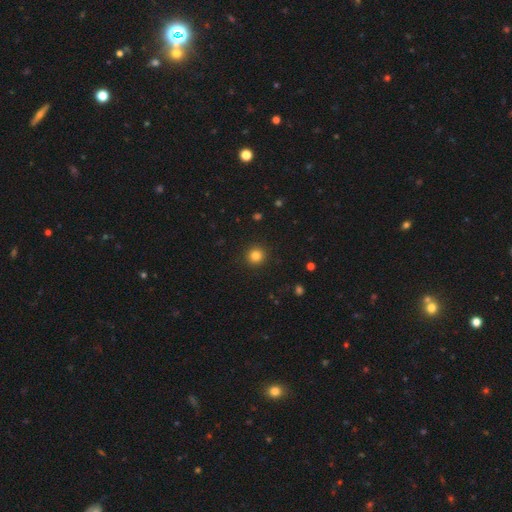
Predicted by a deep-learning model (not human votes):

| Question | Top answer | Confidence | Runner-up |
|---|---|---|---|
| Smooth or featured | smooth | 82% | star or artifact (12%) |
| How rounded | round | 94% | in between (5%) |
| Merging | none | 92% | minor disturbance (5%) |